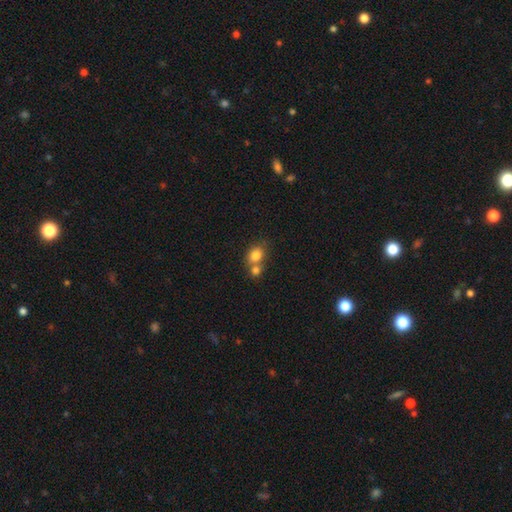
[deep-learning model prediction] The model was most divided on "how rounded": round: 52%, in between: 47%, cigar-shaped: 1%. More confident: smooth or featured — smooth (81%); merging — merger (51%).